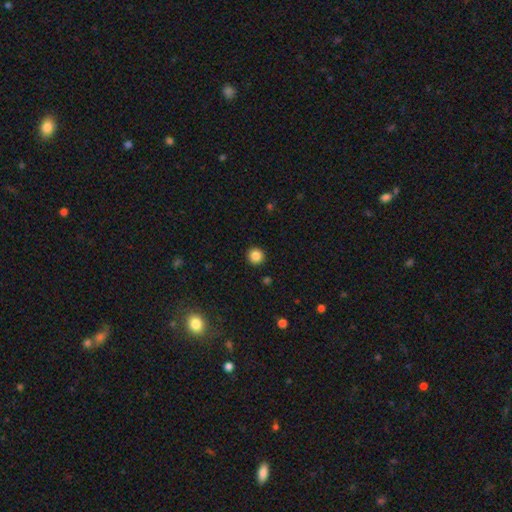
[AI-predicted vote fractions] A smooth galaxy with no disk features (85%) that is round (94%). Merging: none (93%).